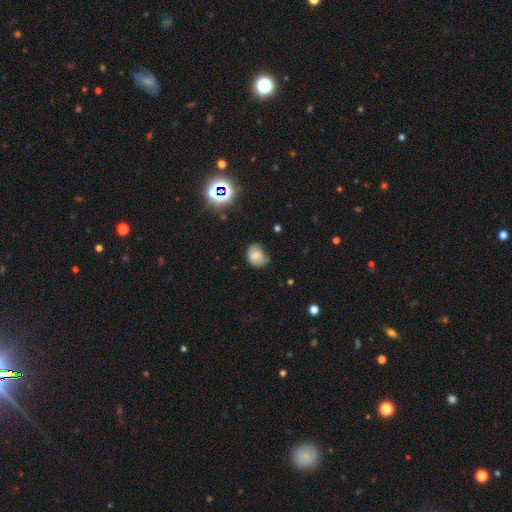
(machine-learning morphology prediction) Q: Smooth or featured?
A: smooth (70%); runner-up: featured or disk (17%)
Q: How rounded?
A: round (52%); runner-up: in between (47%)
Q: Merging?
A: none (54%); runner-up: minor disturbance (36%)